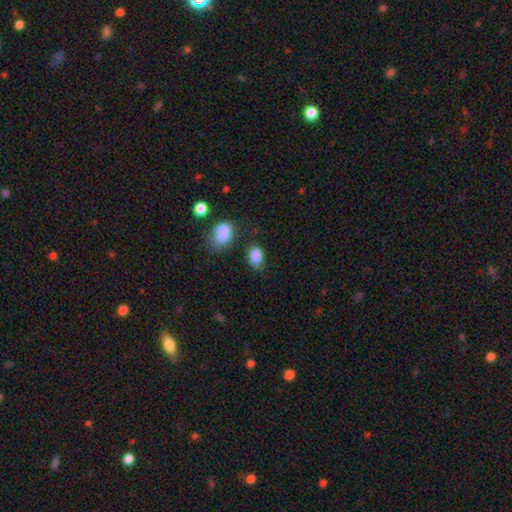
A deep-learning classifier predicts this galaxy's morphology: Smooth or featured: smooth — 86% (star or artifact — 9%)
How rounded: in between — 78% (round — 21%)
Merging: none — 60% (minor disturbance — 26%)